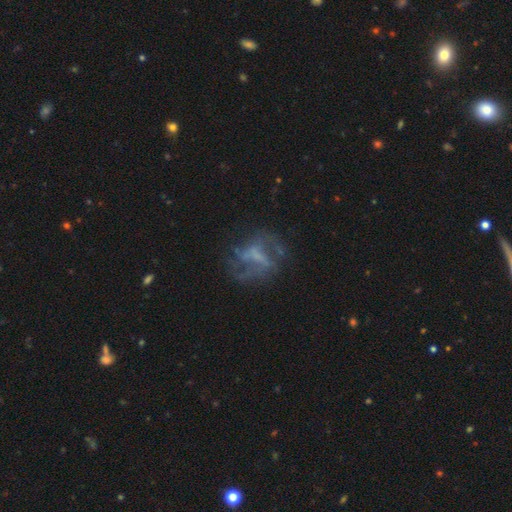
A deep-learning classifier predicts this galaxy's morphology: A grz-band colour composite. It shows a featured or disk galaxy (68%) with a weak bar (39%), spiral arms (63%) and no central bulge (54%). Merging: none (53%).